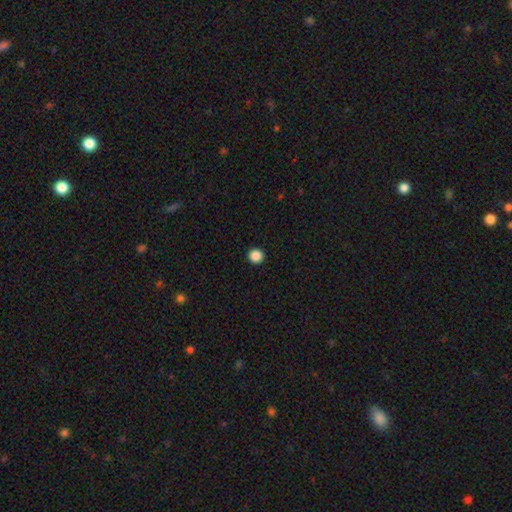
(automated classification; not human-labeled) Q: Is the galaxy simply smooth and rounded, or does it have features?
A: smooth — 87%.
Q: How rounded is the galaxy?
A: round — 96%.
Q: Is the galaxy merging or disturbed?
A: none — 94%.